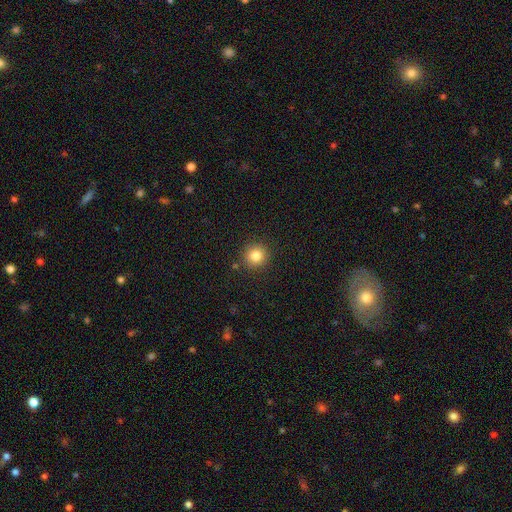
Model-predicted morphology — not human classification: Smooth or featured?
  - smooth: 83% *
  - star or artifact: 11%
  - featured or disk: 5%
How rounded?
  - round: 93% *
  - in between: 6%
  - cigar-shaped: 1%
Merging?
  - none: 89% *
  - minor disturbance: 7%
  - major disturbance: 2%
  - merger: 2%